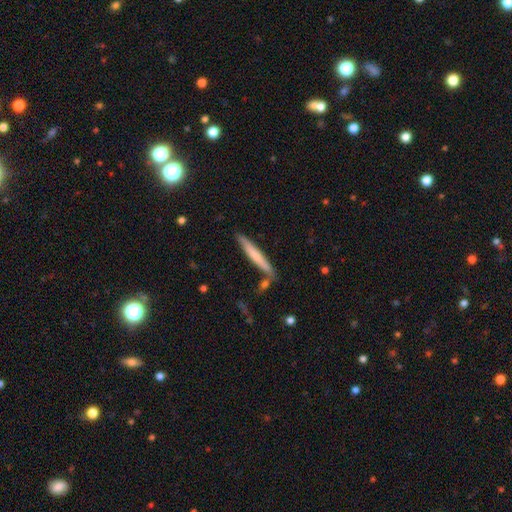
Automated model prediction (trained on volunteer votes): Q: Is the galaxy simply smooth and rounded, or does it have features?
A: smooth — 63%.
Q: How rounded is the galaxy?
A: cigar-shaped — 95%.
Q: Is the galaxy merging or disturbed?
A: none — 82%.